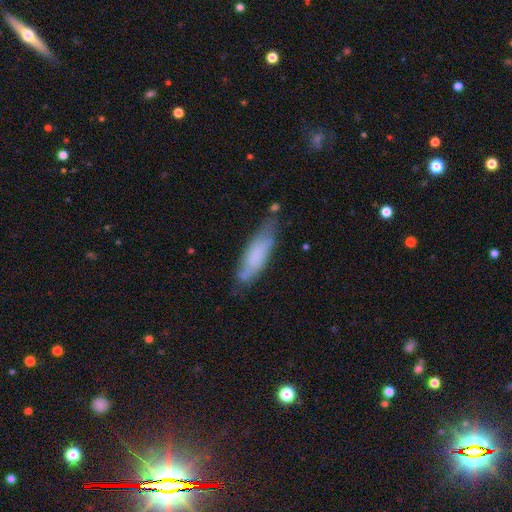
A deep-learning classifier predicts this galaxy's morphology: Q: Smooth or featured?
A: smooth (65%); runner-up: featured or disk (27%)
Q: How rounded?
A: cigar-shaped (60%); runner-up: in between (38%)
Q: Merging?
A: none (62%); runner-up: minor disturbance (27%)